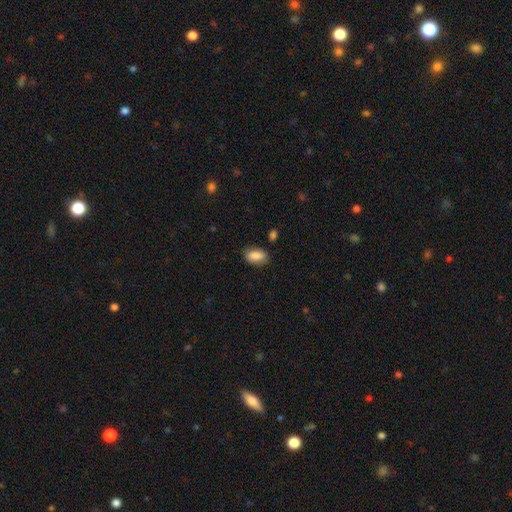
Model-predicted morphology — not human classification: This is clearly a smooth galaxy (86%). How rounded: clearly in between (91%). Merging: clearly none (82%).